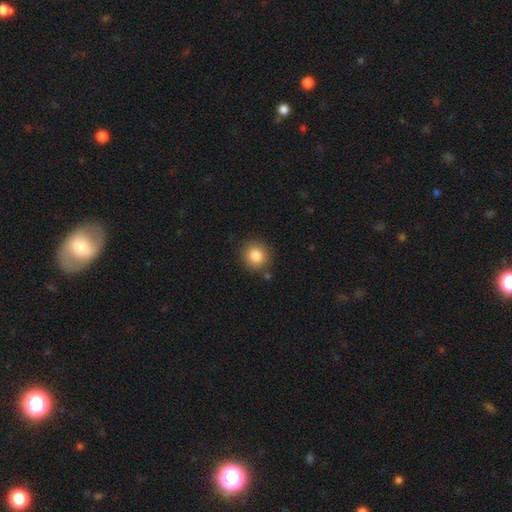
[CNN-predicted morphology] smooth 84%, star or artifact 9%, featured or disk 6%. Down the decision tree: how rounded — round (87%); merging — none (86%).